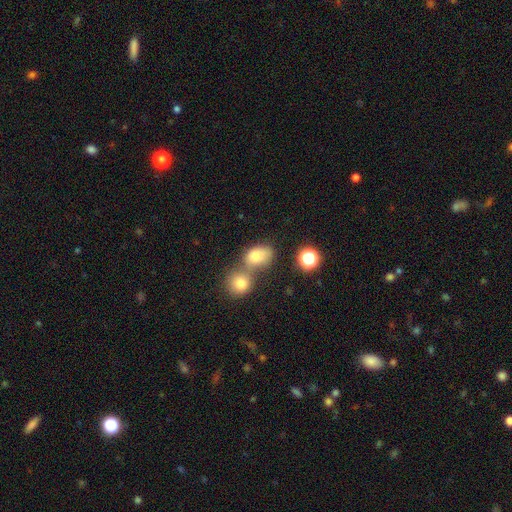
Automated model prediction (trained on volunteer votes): smooth-or-featured: smooth: 78% | star or artifact: 12% | featured or disk: 10%
  how-rounded: in between: 63% | round: 35% | cigar-shaped: 2%
  merging: merger: 47% | none: 37% | minor disturbance: 11% | major disturbance: 5%